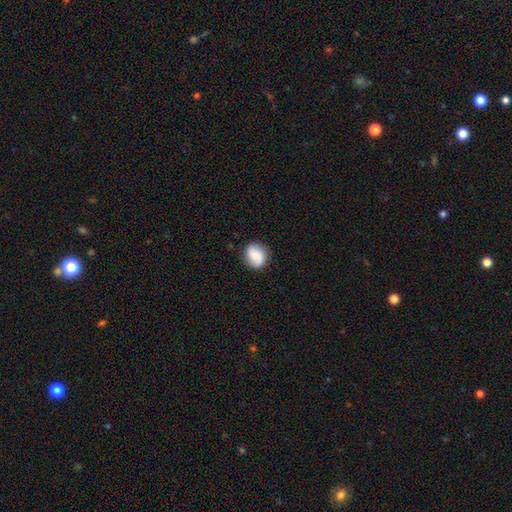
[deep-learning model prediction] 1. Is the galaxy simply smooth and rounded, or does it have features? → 64% smooth, 28% featured or disk, 8% star or artifact.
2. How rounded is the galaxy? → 69% round, 30% in between, 1% cigar-shaped.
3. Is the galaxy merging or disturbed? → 82% none, 13% minor disturbance, 3% major disturbance, 1% merger.